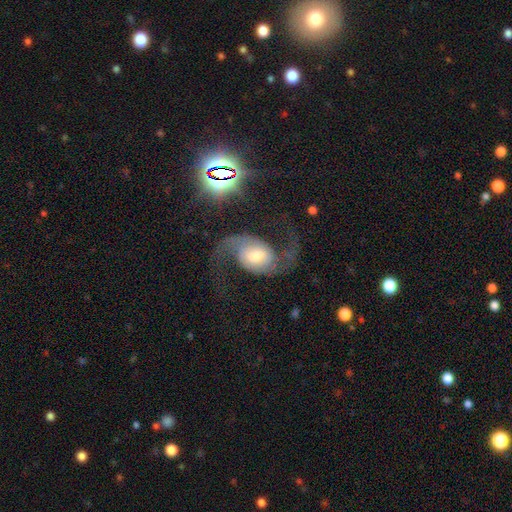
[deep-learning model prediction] Smooth or featured?
  - featured or disk: 87% *
  - smooth: 7%
  - star or artifact: 6%
Edge-on disk?
  - no: 98% *
  - yes: 2%
Bar?
  - no: 42% * (tied)
  - weak: 42% * (tied)
  - strong: 15%
Spiral arms?
  - yes: 97% *
  - no: 3%
Spiral winding?
  - loose: 69% *
  - medium: 26%
  - tight: 5%
Spiral arm count?
  - 2: 94% *
  - 1: 2%
  - can't tell: 1%
  - 3: 1%
  - 4: 1%
  - more than 4: 1%
Bulge size?
  - moderate: 52% *
  - small: 27%
  - large: 15%
  - dominant: 4%
  - none: 3%
Merging?
  - none: 68% *
  - major disturbance: 16%
  - minor disturbance: 13%
  - merger: 3%